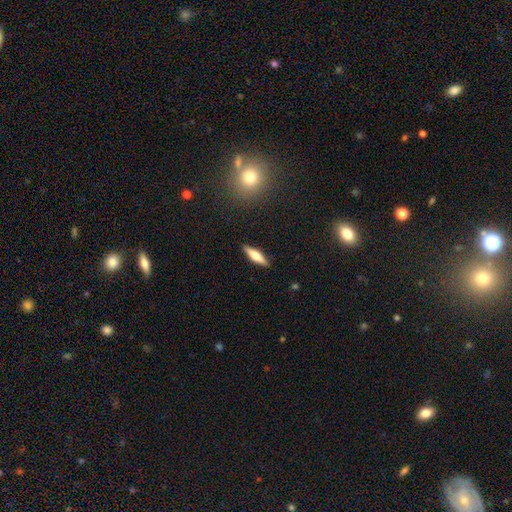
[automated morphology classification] The model was most divided on "smooth or featured": smooth: 54%, featured or disk: 40%, star or artifact: 6%. More confident: merging — none (89%); how rounded — cigar-shaped (68%).